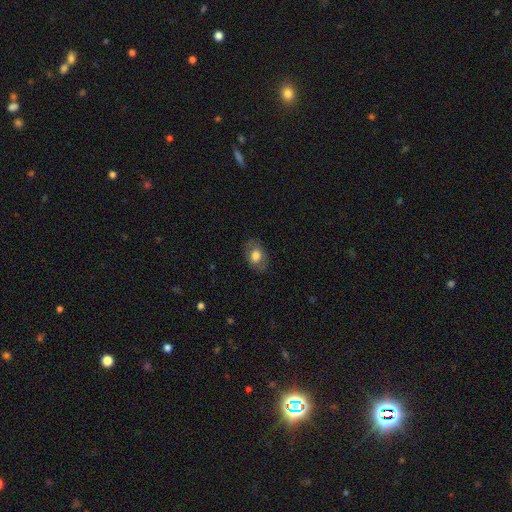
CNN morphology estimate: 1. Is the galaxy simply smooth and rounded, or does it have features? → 70% smooth, 22% featured or disk, 8% star or artifact.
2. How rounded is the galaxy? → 74% in between, 25% round, 1% cigar-shaped.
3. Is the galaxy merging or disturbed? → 80% none, 14% minor disturbance, 5% major disturbance, 1% merger.